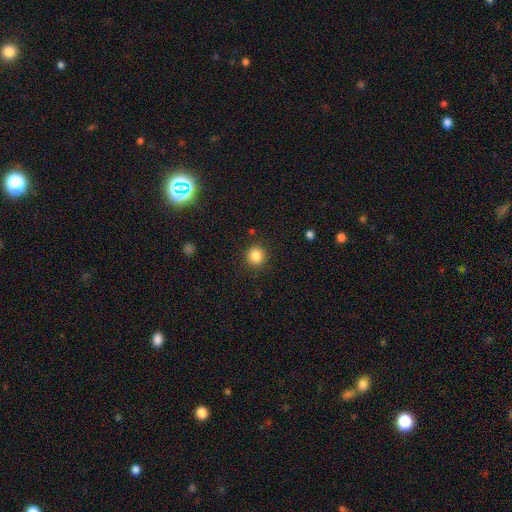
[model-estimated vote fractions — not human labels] Morphology: type=smooth (85%); roundness=round (92%); merging=none (90%).